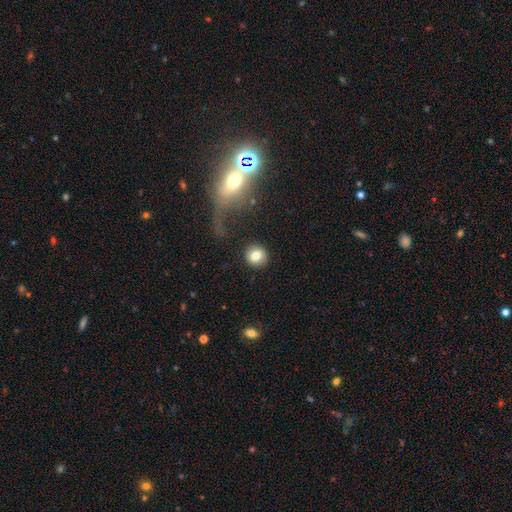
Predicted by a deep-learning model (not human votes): Smooth or featured?
  - smooth: 80% *
  - featured or disk: 11%
  - star or artifact: 9%
How rounded?
  - round: 88% *
  - in between: 11%
  - cigar-shaped: 1%
Merging?
  - none: 87% *
  - minor disturbance: 7%
  - major disturbance: 4%
  - merger: 3%